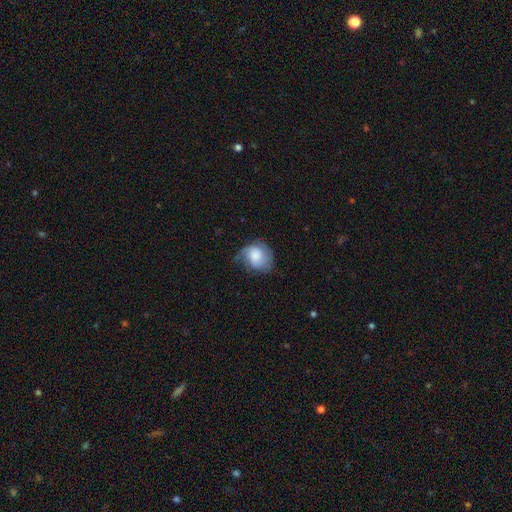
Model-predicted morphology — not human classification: The model was most divided on "smooth or featured": featured or disk: 48%, smooth: 44%, star or artifact: 8%. Remaining: merging — none (47%).